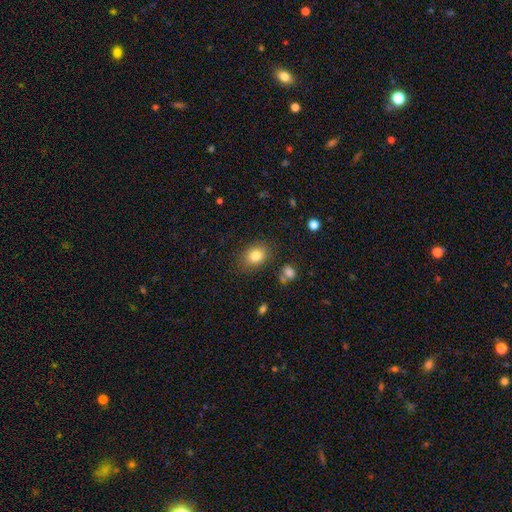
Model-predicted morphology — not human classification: Smooth or featured? smooth (82%)
How rounded? in between (62%)
Merging? none (80%)